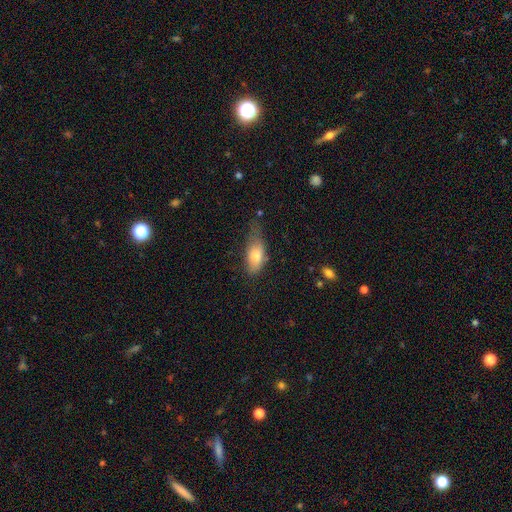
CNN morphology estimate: Overall: smooth (76%). How rounded: in between (83%). Merging: minor disturbance (41%; none 36%).